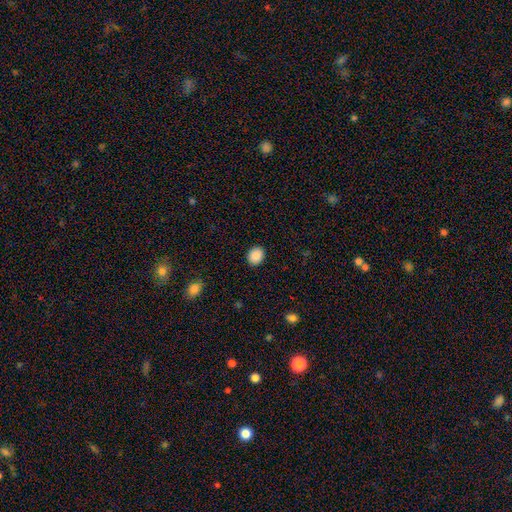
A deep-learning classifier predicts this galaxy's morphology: Q: Smooth or featured?
A: smooth (89%); runner-up: star or artifact (8%)
Q: How rounded?
A: round (52%); runner-up: in between (47%)
Q: Merging?
A: none (90%); runner-up: minor disturbance (7%)